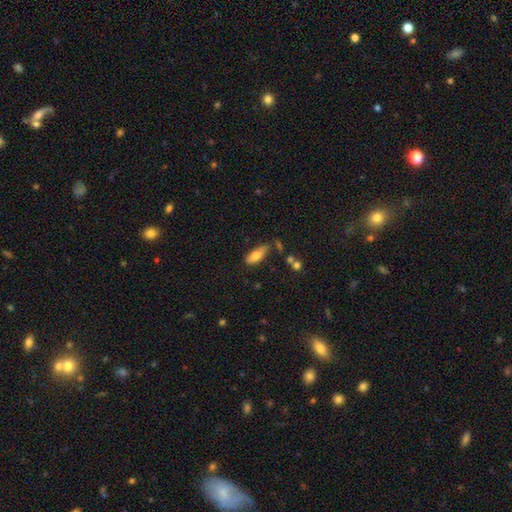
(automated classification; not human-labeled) A smooth galaxy with no disk features (76%) that is in between round and cigar-shaped (73%). Merging: none (59%).